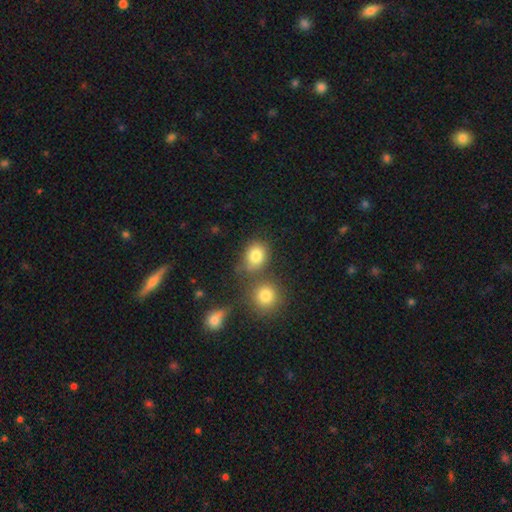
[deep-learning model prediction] smooth_or_featured: smooth (p=0.81) [alt: star or artifact p=0.12]
how_rounded: round (p=0.57) [alt: in between p=0.42]
merging: none (p=0.58) [alt: merger p=0.22]